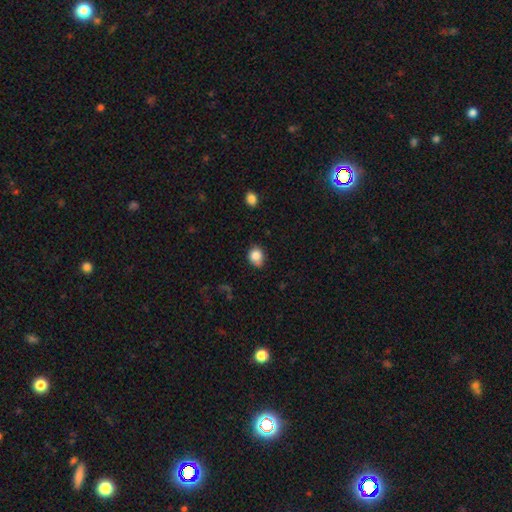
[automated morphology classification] Q: Smooth or featured?
A: smooth (84%); runner-up: star or artifact (10%)
Q: How rounded?
A: round (61%); runner-up: in between (38%)
Q: Merging?
A: none (62%); runner-up: minor disturbance (29%)